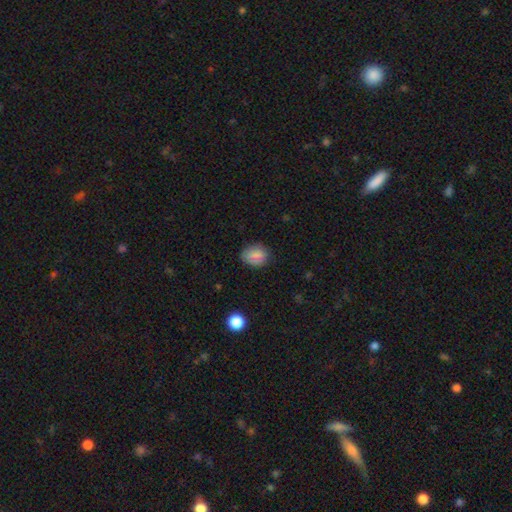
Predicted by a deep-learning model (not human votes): Smooth or featured?
  - smooth: 84% *
  - star or artifact: 9%
  - featured or disk: 7%
How rounded?
  - in between: 53% *
  - round: 46%
  - cigar-shaped: 1%
Merging?
  - none: 76% *
  - minor disturbance: 19%
  - major disturbance: 4%
  - merger: 1%